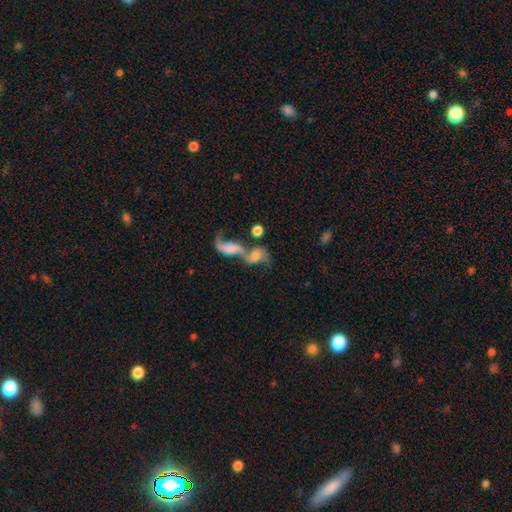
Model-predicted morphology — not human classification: Smooth or featured: featured or disk — 55% (smooth — 35%)
Edge-on disk: no — 93% (yes — 7%)
Bar: no — 64% (weak — 28%)
Spiral arms: yes — 75% (no — 25%)
Bulge size: none — 33% (moderate — 28%)
Merging: merger — 70% (none — 13%)